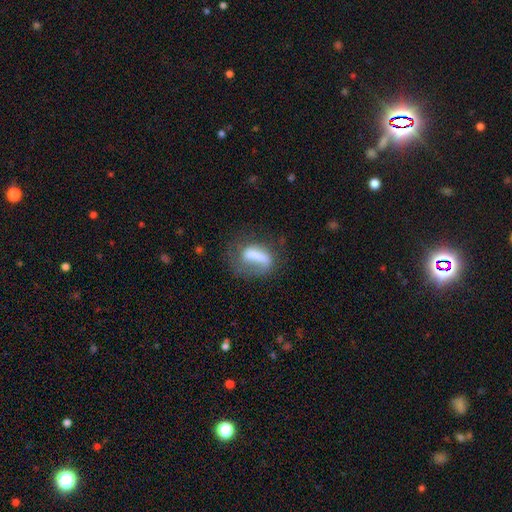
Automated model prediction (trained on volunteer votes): A smooth galaxy with no disk features (56%) that is in between round and cigar-shaped (61%).

Vote fractions:
- Smooth or featured? smooth: 56% / featured or disk: 35% / star or artifact: 9%
- How rounded? in between: 61% / cigar-shaped: 29% / round: 10%
- Merging? none: 37% / major disturbance: 34% / minor disturbance: 23% / merger: 6%